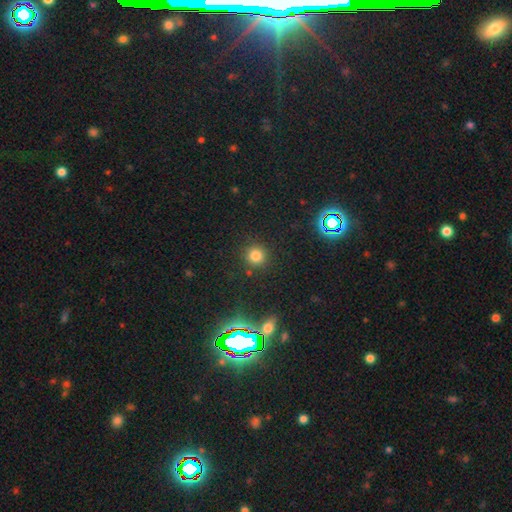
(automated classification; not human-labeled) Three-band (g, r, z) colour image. It shows a smooth galaxy with no disk features (76%) that is round (93%). Merging: none (87%).